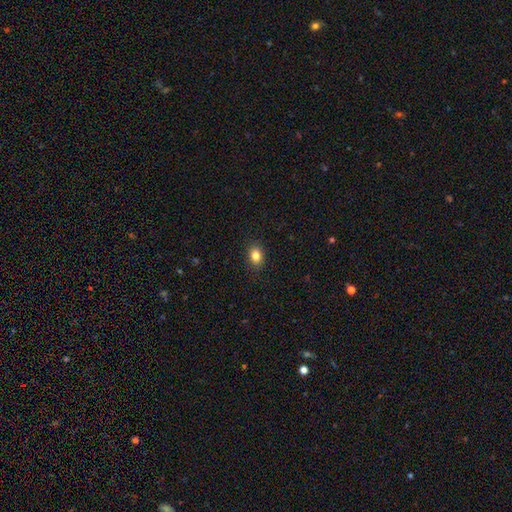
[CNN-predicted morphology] smooth_or_featured: smooth (p=0.85) [alt: star or artifact p=0.10]
how_rounded: in between (p=0.69) [alt: round p=0.29]
merging: none (p=0.89) [alt: minor disturbance p=0.08]